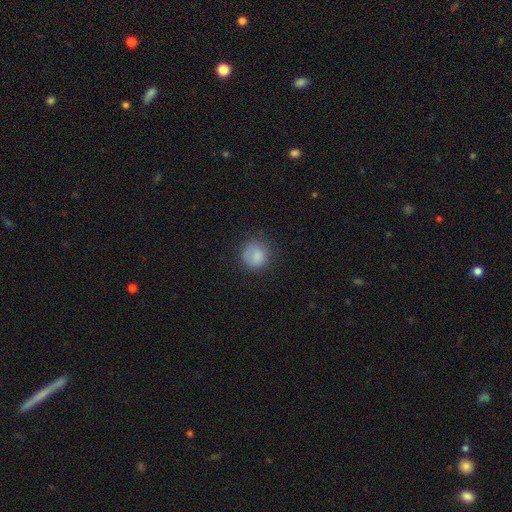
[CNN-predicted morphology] type=smooth (83%); roundness=round (89%); merging=none (75%).